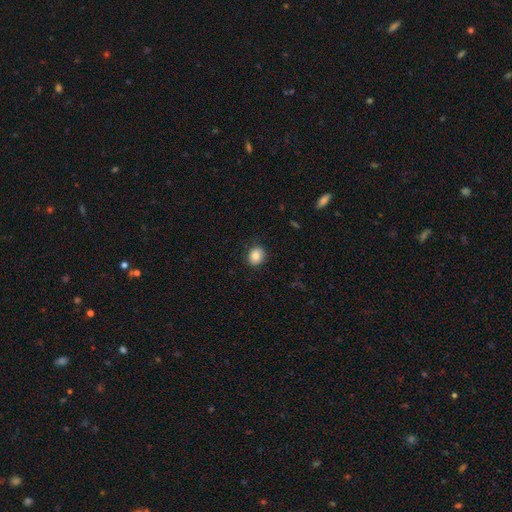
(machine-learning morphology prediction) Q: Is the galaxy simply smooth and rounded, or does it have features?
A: smooth — 86%.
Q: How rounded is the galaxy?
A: round — 60%.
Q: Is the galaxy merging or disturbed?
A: none — 86%.